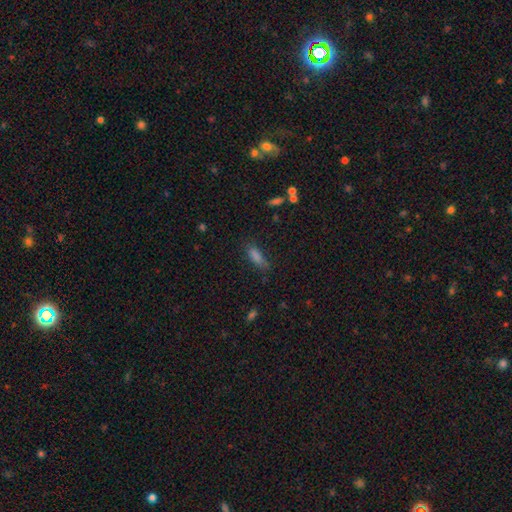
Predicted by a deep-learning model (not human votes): A smooth galaxy with no disk features (77%) that is in between round and cigar-shaped (57%). Merging: none (69%).